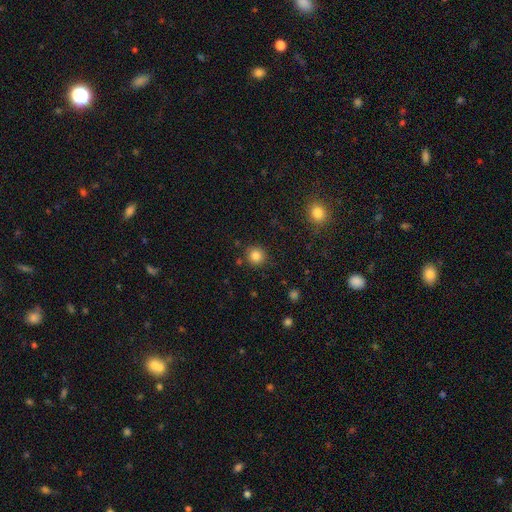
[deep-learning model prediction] Overall: smooth (84%). How rounded: round (92%). Merging: none (86%).